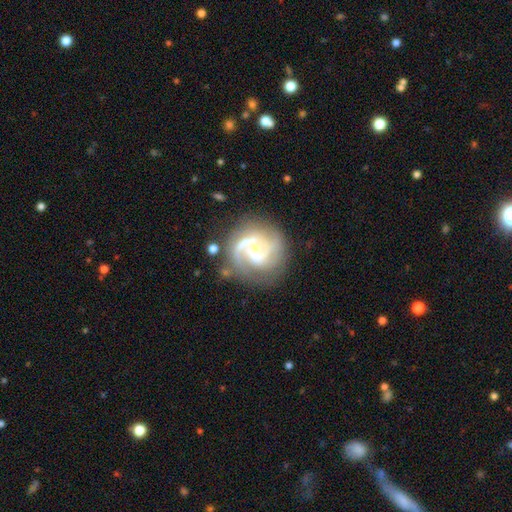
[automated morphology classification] A featured or disk galaxy (86%) with no bar (48%), 2 (44%) medium (45%) spiral arms (97%) and no central bulge (34%, tied with small). Merging: none (68%).